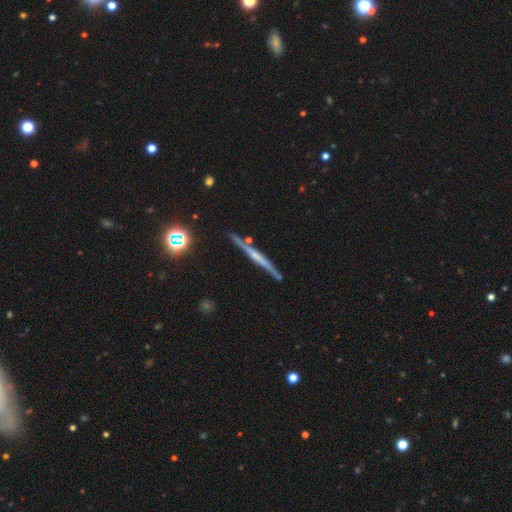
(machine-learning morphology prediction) This is likely a featured or disk galaxy (67%). It is clearly viewed edge-on (97%). Edge-on bulge: possibly none (52%). Merging: clearly none (85%).